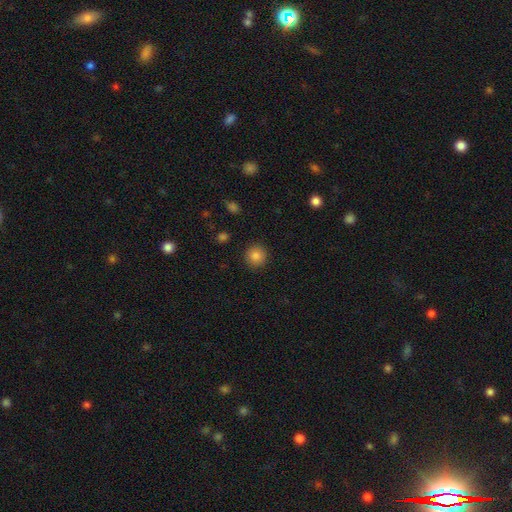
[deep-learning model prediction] Smooth or featured? Predicted: smooth (p=0.85). How rounded? Predicted: round (p=0.92). Merging? Predicted: none (p=0.91).